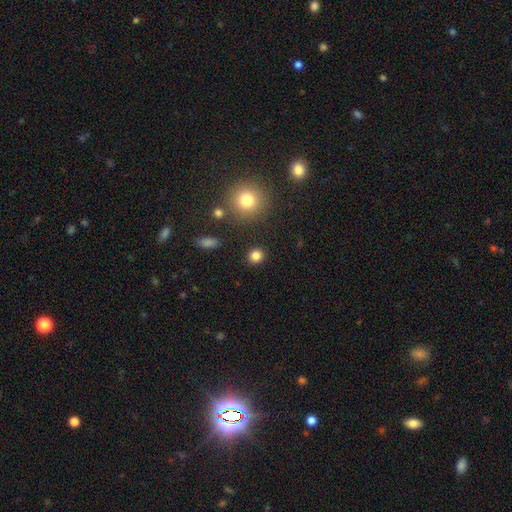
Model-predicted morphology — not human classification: This is clearly a smooth galaxy (83%). How rounded: clearly round (86%). Merging: clearly none (89%).